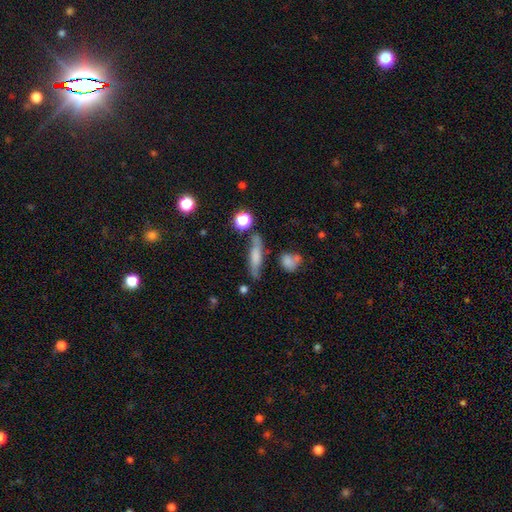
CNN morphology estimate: Smooth or featured? smooth (56%)
How rounded? cigar-shaped (69%)
Merging? none (69%)